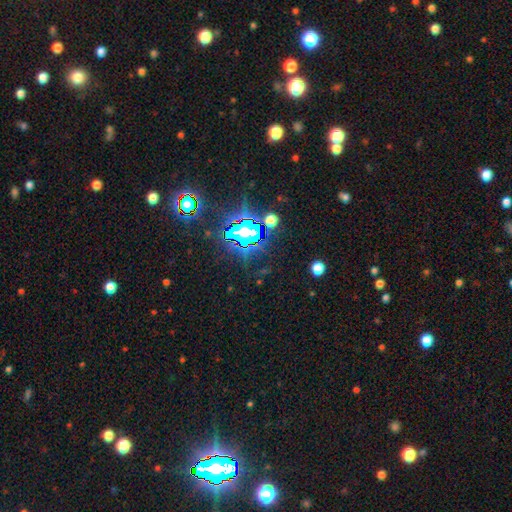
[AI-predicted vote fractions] This appears to be a star or artifact, not a galaxy (81%).